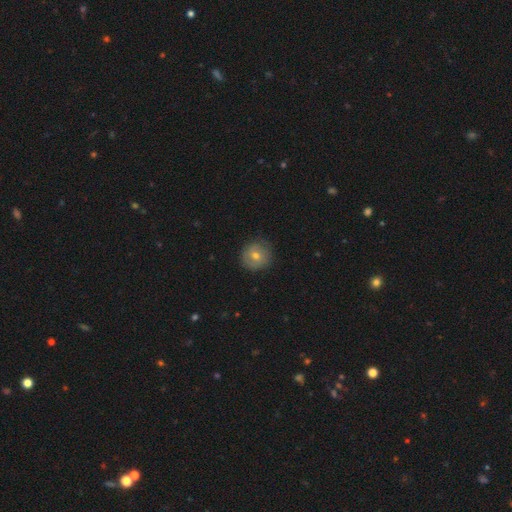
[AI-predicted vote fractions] Morphology: type=smooth (57%); roundness=round (92%); merging=none (86%).